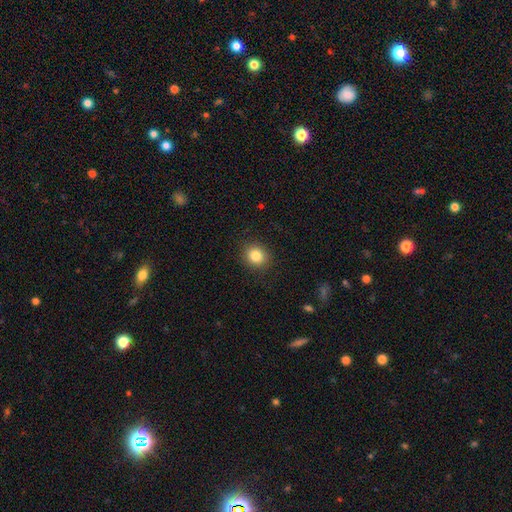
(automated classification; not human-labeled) Smooth or featured? Predicted: smooth (p=0.84). How rounded? Predicted: round (p=0.77). Merging? Predicted: none (p=0.89).